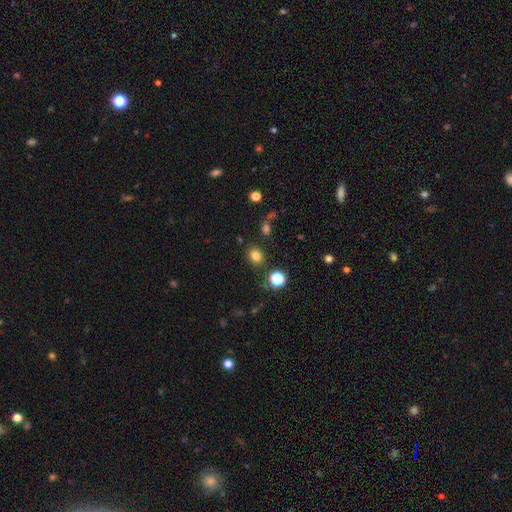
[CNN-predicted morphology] This is likely a smooth galaxy (79%). How rounded: likely round (64%). Merging: clearly none (84%).